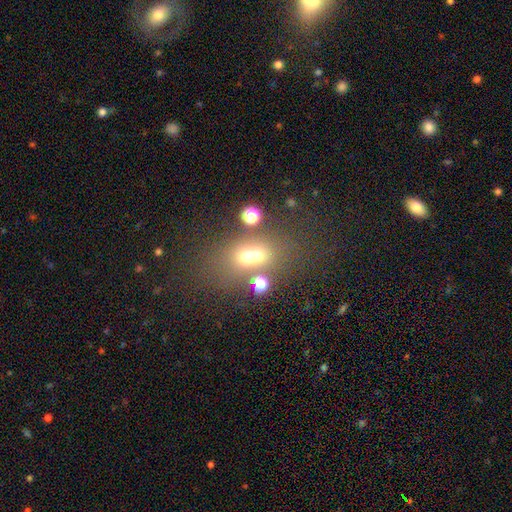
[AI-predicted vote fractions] smooth_or_featured: smooth (p=0.57) [alt: star or artifact p=0.22]
how_rounded: round (p=0.50) [alt: in between p=0.48]
merging: merger (p=0.47) [alt: none p=0.36]